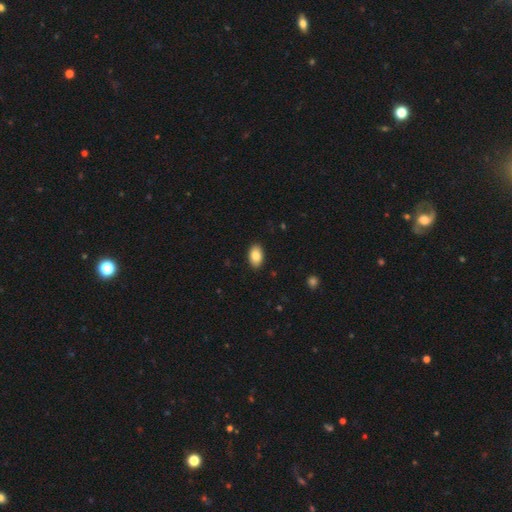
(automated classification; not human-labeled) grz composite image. It shows a smooth galaxy with no disk features (86%) that is in between round and cigar-shaped (92%). Merging: none (90%).